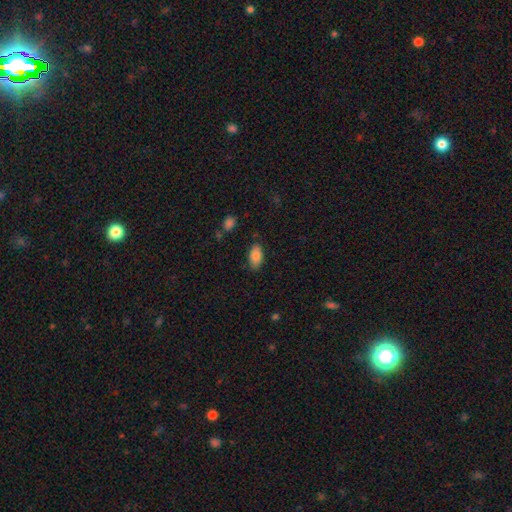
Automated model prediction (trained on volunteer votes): The model was most divided on "merging": none: 83%, minor disturbance: 13%, major disturbance: 3%, merger: 2%. More confident: how rounded — in between (93%); smooth or featured — smooth (85%).